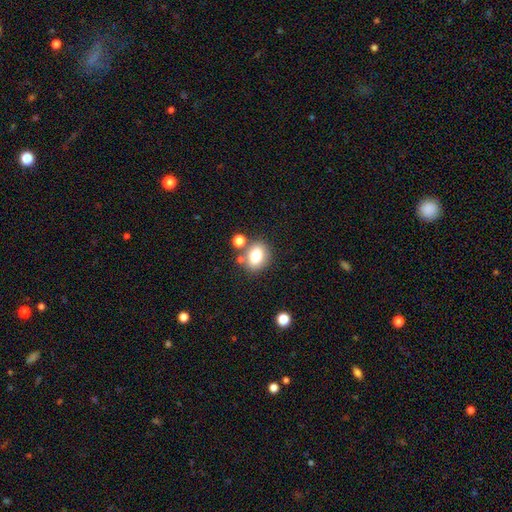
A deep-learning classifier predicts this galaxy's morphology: type=smooth (78%); roundness=in between (51%); merging=none (70%).